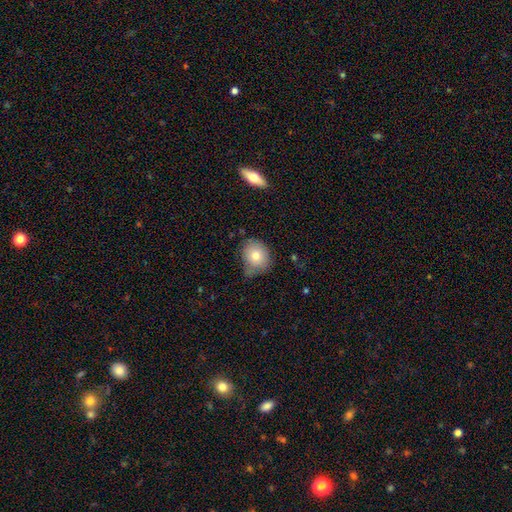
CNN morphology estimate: This appears to be a smooth galaxy with no disk features (76%) that is round (71%). Merging: none (58%).